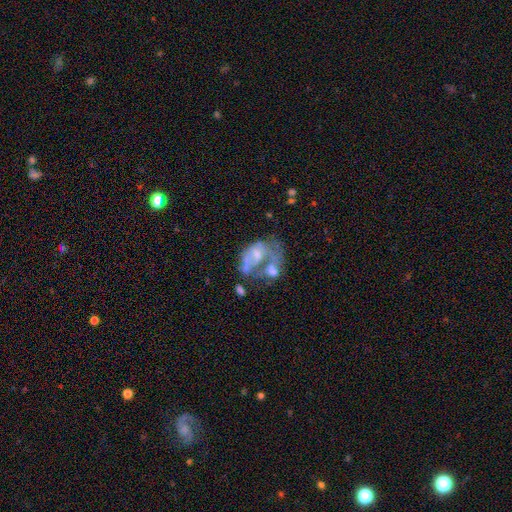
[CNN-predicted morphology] This is likely a featured or disk galaxy (62%). It is clearly not viewed edge-on (98%). Bar: likely no (80%). Spiral arm pattern: likely no (74%). Central bulge: marginally none (39%). Merging: marginally merger (34%).